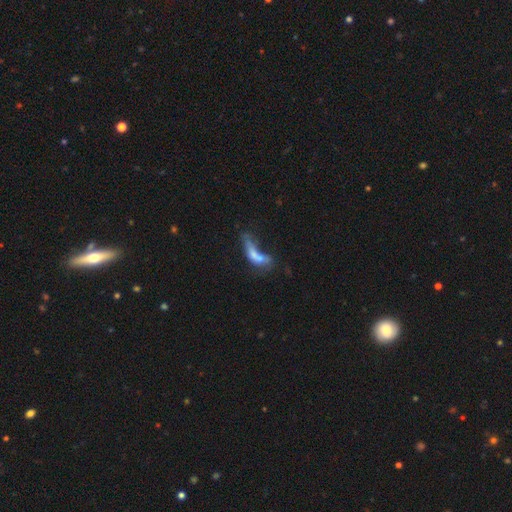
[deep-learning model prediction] A smooth galaxy with no disk features (52%) that is in between round and cigar-shaped (53%).

Vote fractions:
- Smooth or featured? smooth: 52% / featured or disk: 36% / star or artifact: 12%
- How rounded? in between: 53% / cigar-shaped: 43% / round: 5%
- Merging? merger: 43% / major disturbance: 30% / none: 16% / minor disturbance: 12%